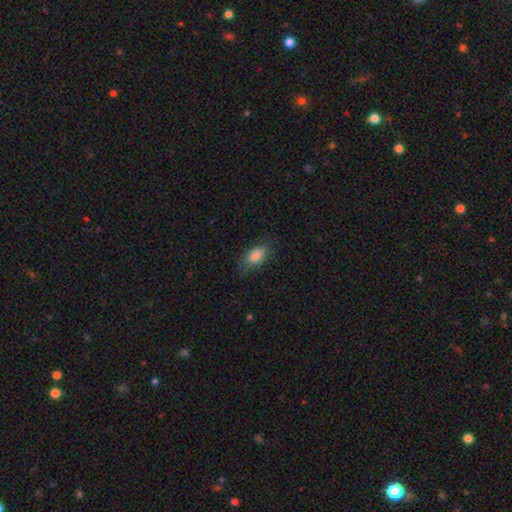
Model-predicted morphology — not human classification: The model was most divided on "merging": none: 74%, minor disturbance: 19%, major disturbance: 6%, merger: 1%. More confident: how rounded — in between (90%); smooth or featured — smooth (85%).